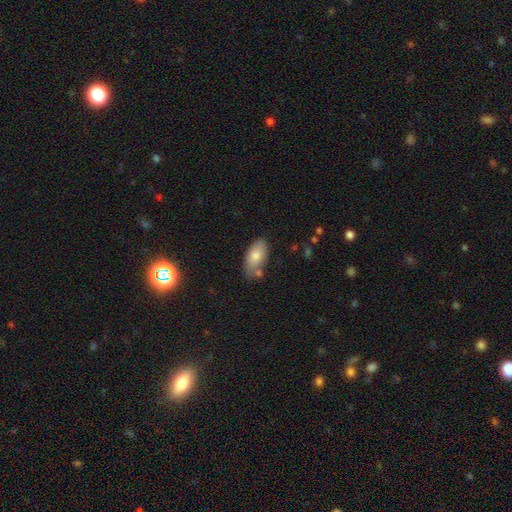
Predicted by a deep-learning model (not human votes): This appears to be a smooth galaxy with no disk features (79%) that is in between round and cigar-shaped (93%). Merging: none (67%).